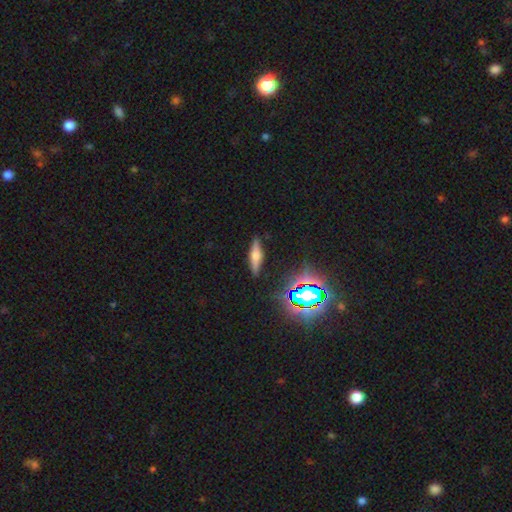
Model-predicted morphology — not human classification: smooth_or_featured: featured or disk (p=0.47) [alt: smooth p=0.40]
merging: none (p=0.87) [alt: minor disturbance p=0.09]